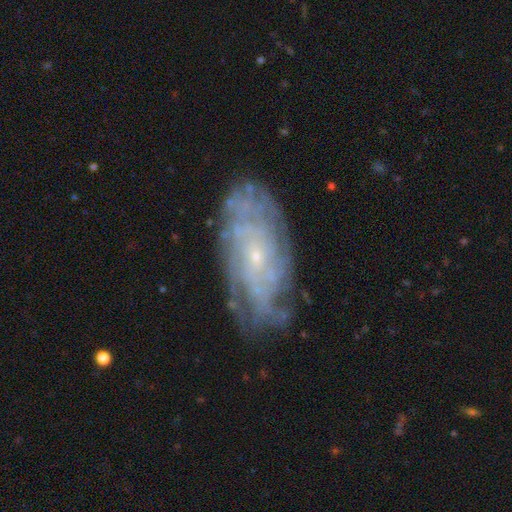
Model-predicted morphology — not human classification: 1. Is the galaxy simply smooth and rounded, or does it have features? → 81% featured or disk, 12% smooth, 7% star or artifact.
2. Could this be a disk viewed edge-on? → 94% no, 6% yes.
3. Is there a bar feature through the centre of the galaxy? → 76% no, 19% weak, 4% strong.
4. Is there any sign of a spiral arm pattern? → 91% yes, 9% no.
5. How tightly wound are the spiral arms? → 71% tight, 22% medium, 7% loose.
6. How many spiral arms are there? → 49% can't tell, 16% more than 4, 14% 4, 8% 2, 8% 3, 6% 1.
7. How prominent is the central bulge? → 84% small, 11% moderate, 2% none, 1% large, 1% dominant.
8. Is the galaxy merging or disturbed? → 75% none, 18% minor disturbance, 6% major disturbance, 2% merger.